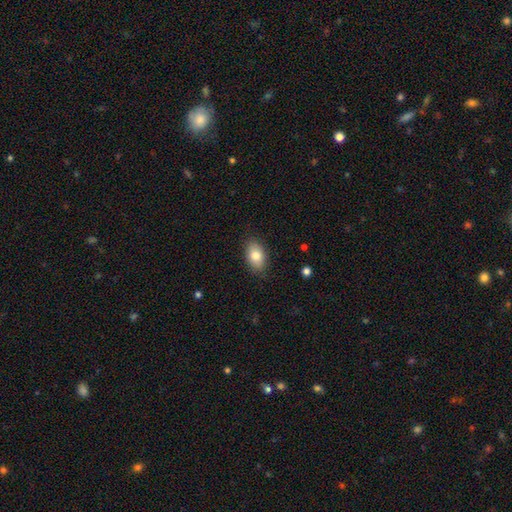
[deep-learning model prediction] Q: Smooth or featured?
A: smooth (81%); runner-up: featured or disk (12%)
Q: How rounded?
A: in between (90%); runner-up: round (8%)
Q: Merging?
A: none (85%); runner-up: minor disturbance (11%)